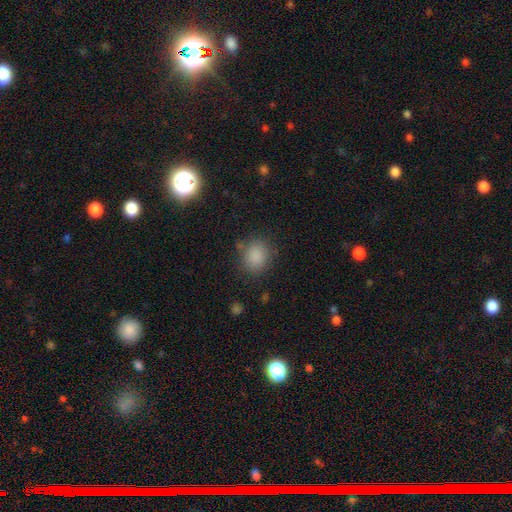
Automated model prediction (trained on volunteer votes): Q: Smooth or featured?
A: smooth (85%); runner-up: star or artifact (10%)
Q: How rounded?
A: round (67%); runner-up: in between (32%)
Q: Merging?
A: none (79%); runner-up: minor disturbance (13%)